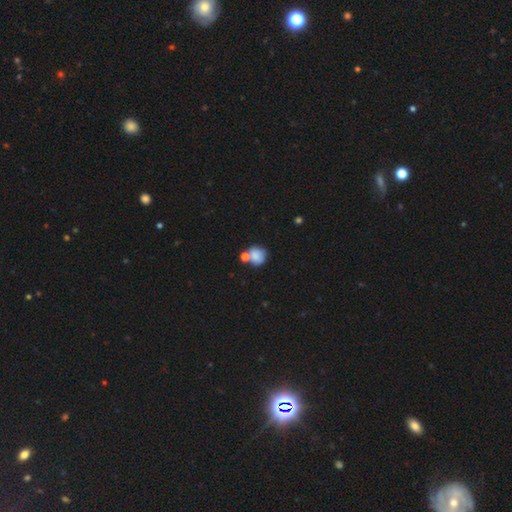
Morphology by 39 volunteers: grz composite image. It shows a smooth galaxy with no disk features (87%) that is round (91%). Merging: none (64%).